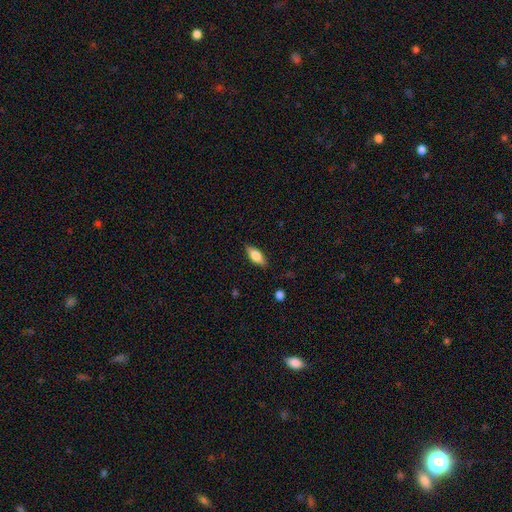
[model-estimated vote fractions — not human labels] Smooth or featured? Predicted: smooth (p=0.68). How rounded? Predicted: in between (p=0.74). Merging? Predicted: none (p=0.84).